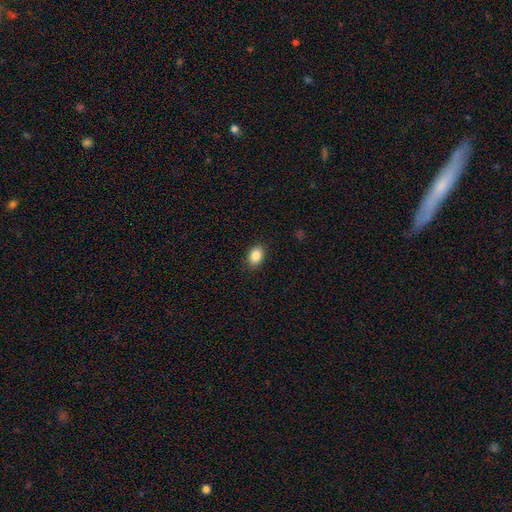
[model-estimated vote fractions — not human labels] A smooth galaxy with no disk features (87%) that is in between round and cigar-shaped (80%). Merging: none (88%).